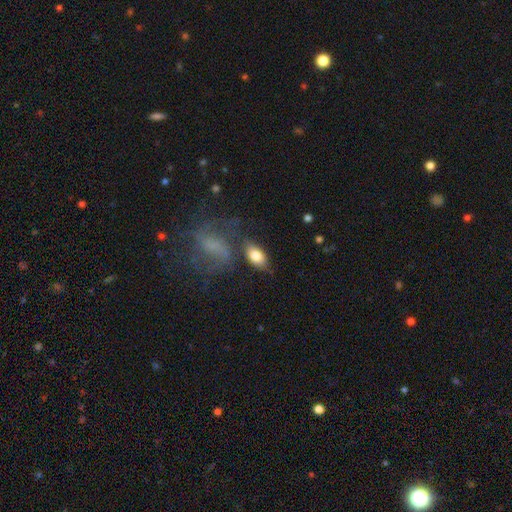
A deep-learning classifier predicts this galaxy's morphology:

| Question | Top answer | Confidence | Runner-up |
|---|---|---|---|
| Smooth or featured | smooth | 80% | featured or disk (13%) |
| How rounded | in between | 91% | round (5%) |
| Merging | none | 65% | minor disturbance (17%) |